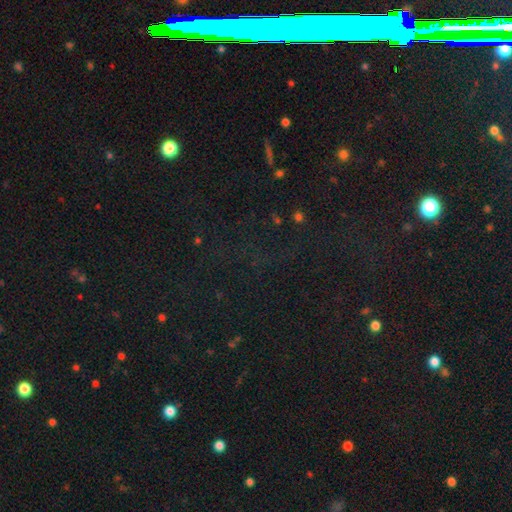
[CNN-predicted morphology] The model was most divided on "smooth or featured": star or artifact: 76%, smooth: 13%, featured or disk: 11%.